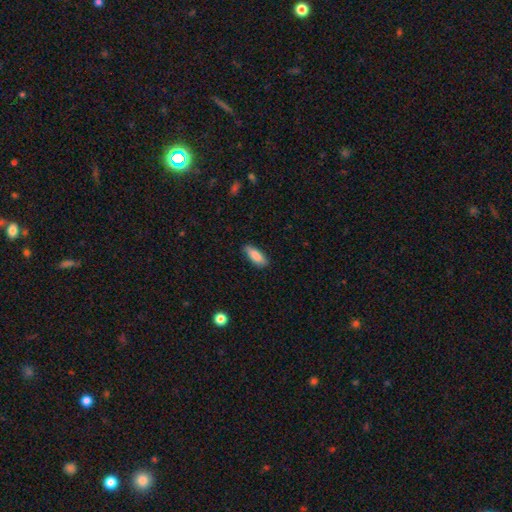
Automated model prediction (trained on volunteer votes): Morphology: type=smooth (86%); roundness=in between (74%); merging=none (83%).